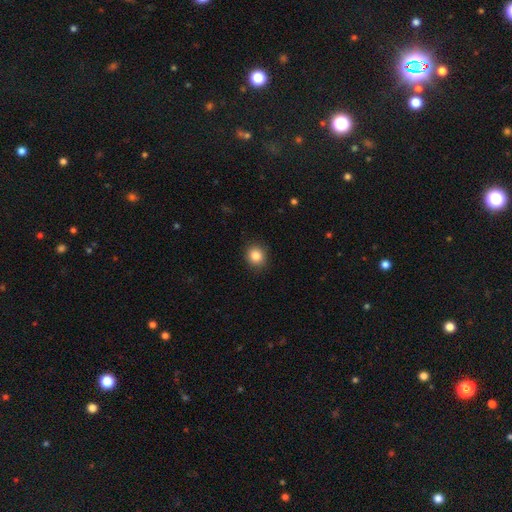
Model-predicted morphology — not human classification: Q: Smooth or featured?
A: smooth (85%); runner-up: star or artifact (10%)
Q: How rounded?
A: round (79%); runner-up: in between (20%)
Q: Merging?
A: none (89%); runner-up: minor disturbance (8%)